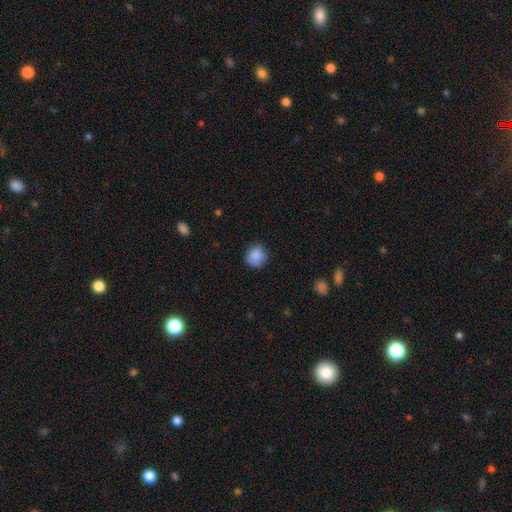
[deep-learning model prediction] smooth-or-featured: smooth: 87% | star or artifact: 8% | featured or disk: 4%
  how-rounded: round: 85% | in between: 14% | cigar-shaped: 1%
  merging: none: 78% | minor disturbance: 17% | major disturbance: 3% | merger: 1%